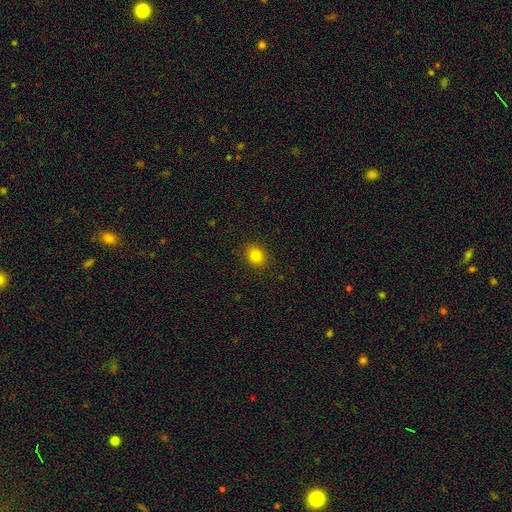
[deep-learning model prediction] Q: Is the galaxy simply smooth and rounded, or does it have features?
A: smooth — 82%.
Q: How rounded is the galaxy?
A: round — 62%.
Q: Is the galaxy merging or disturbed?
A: none — 90%.